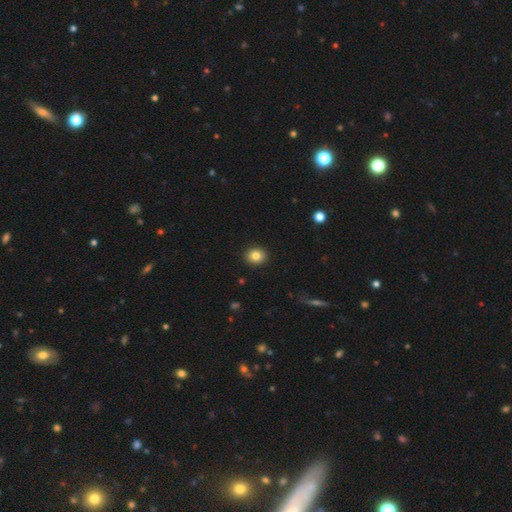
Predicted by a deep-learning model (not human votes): This appears to be a smooth galaxy with no disk features (83%) that is round (69%). Merging: none (91%).